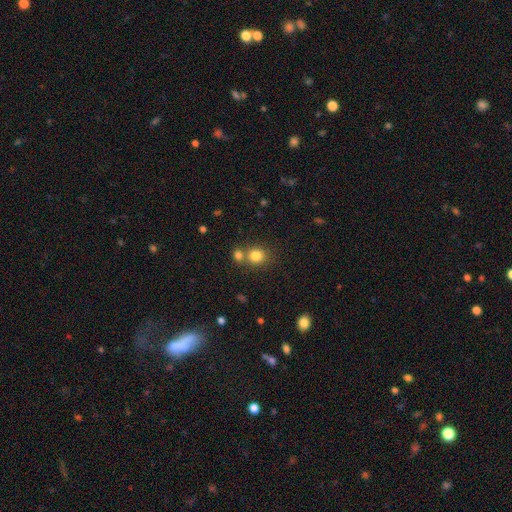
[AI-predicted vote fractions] smooth-or-featured: smooth: 82% | star or artifact: 12% | featured or disk: 7%
  how-rounded: round: 79% | in between: 20% | cigar-shaped: 1%
  merging: none: 58% | merger: 30% | minor disturbance: 8% | major disturbance: 3%